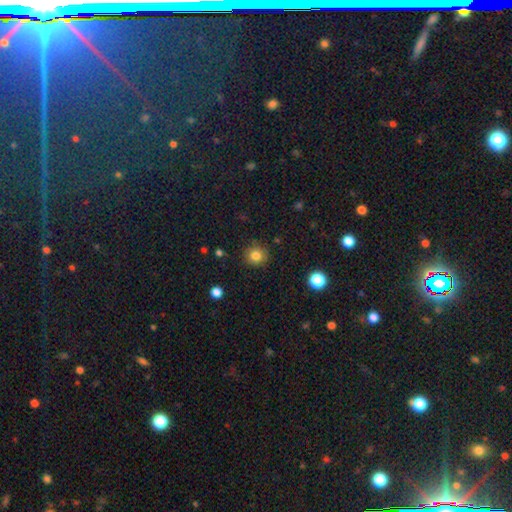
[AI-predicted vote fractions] The model was most divided on "smooth or featured": smooth: 82%, star or artifact: 12%, featured or disk: 6%. More confident: how rounded — round (90%); merging — none (89%).